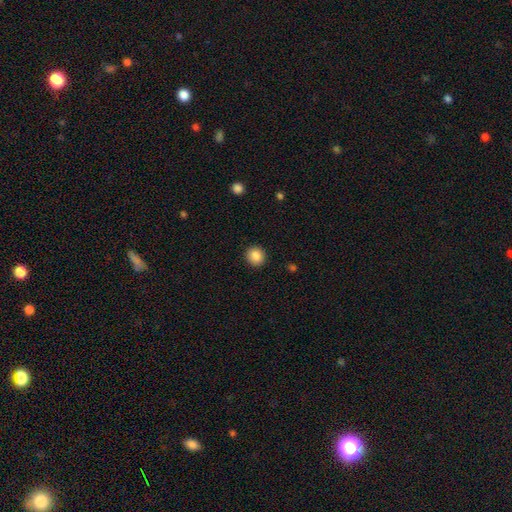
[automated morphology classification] Smooth or featured? Predicted: smooth (p=0.87). How rounded? Predicted: round (p=0.89). Merging? Predicted: none (p=0.92).